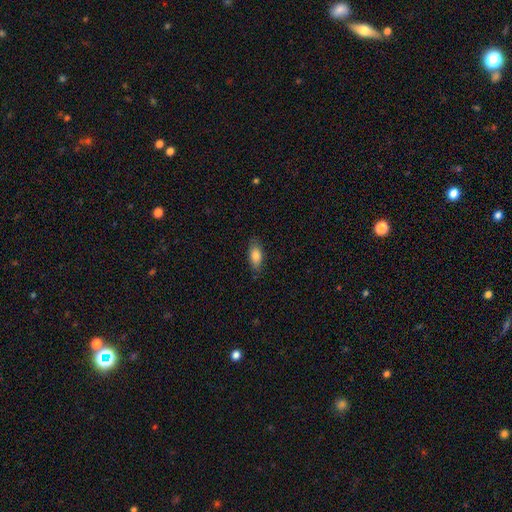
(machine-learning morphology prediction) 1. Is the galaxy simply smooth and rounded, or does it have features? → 82% smooth, 10% featured or disk, 7% star or artifact.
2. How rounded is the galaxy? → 86% in between, 11% cigar-shaped, 3% round.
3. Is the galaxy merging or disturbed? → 81% none, 15% minor disturbance, 3% major disturbance, 1% merger.